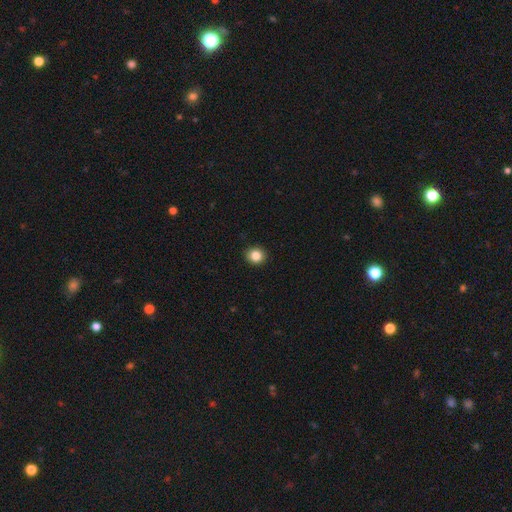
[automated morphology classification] Q: Smooth or featured?
A: smooth (85%); runner-up: star or artifact (10%)
Q: How rounded?
A: round (86%); runner-up: in between (13%)
Q: Merging?
A: none (92%); runner-up: minor disturbance (5%)